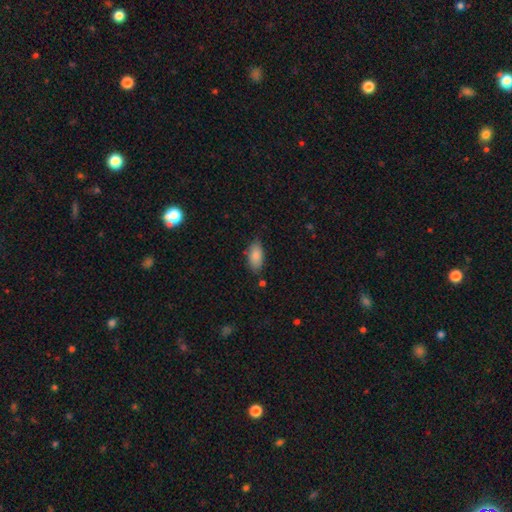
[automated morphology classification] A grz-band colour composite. It shows a smooth galaxy with no disk features (86%) that is in between round and cigar-shaped (92%). Merging: none (74%).